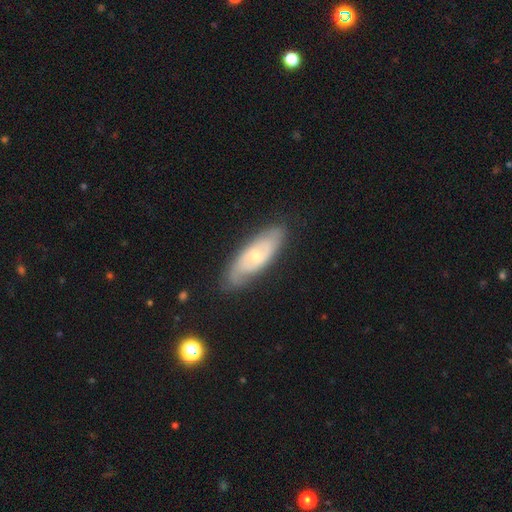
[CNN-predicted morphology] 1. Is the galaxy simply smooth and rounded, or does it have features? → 62% featured or disk, 32% smooth, 6% star or artifact.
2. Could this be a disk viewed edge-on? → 83% no, 17% yes.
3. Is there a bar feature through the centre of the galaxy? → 62% no, 32% weak, 6% strong.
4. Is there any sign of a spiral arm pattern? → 75% yes, 25% no.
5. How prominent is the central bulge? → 51% small, 44% moderate, 2% large, 2% none, 1% dominant.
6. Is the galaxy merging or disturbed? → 77% none, 17% minor disturbance, 4% major disturbance, 2% merger.